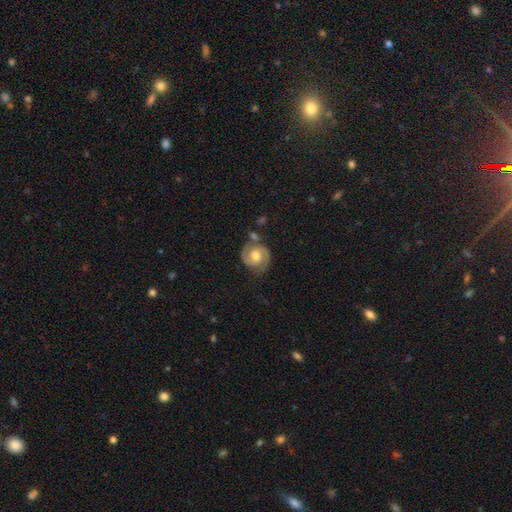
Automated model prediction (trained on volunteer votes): This appears to be a featured or disk galaxy (81%) with no bar (52%), 2 (91%) medium (46%) spiral arms (95%) and a moderate central bulge (75%). Merging: none (74%).